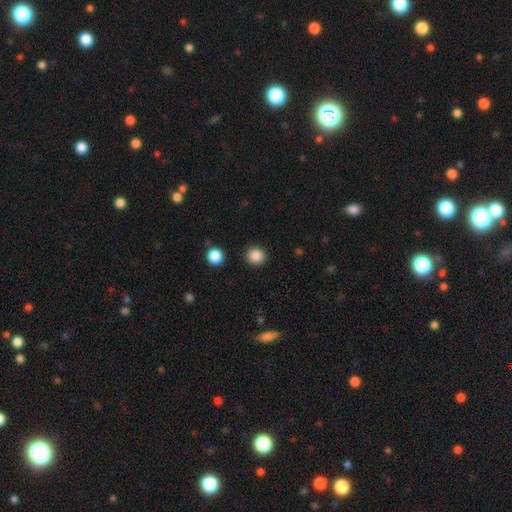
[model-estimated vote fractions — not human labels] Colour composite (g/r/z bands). It shows a smooth galaxy with no disk features (86%) that is round (89%). Merging: none (90%).